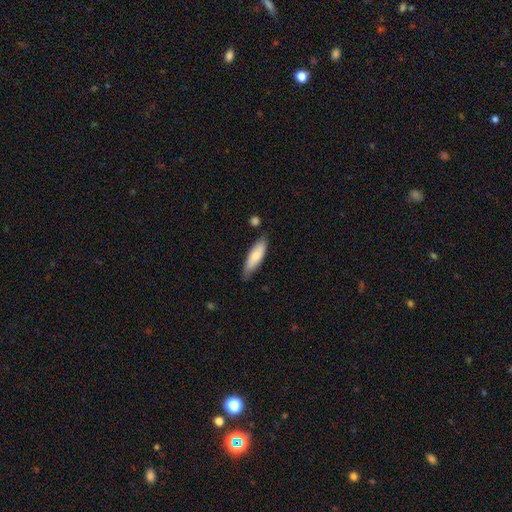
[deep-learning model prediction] Smooth or featured? smooth (77%)
How rounded? cigar-shaped (55%)
Merging? none (78%)